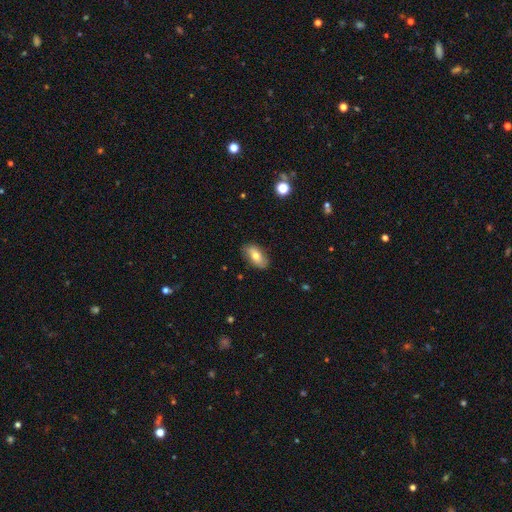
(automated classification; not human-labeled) Smooth or featured? smooth (66%)
How rounded? in between (90%)
Merging? none (83%)